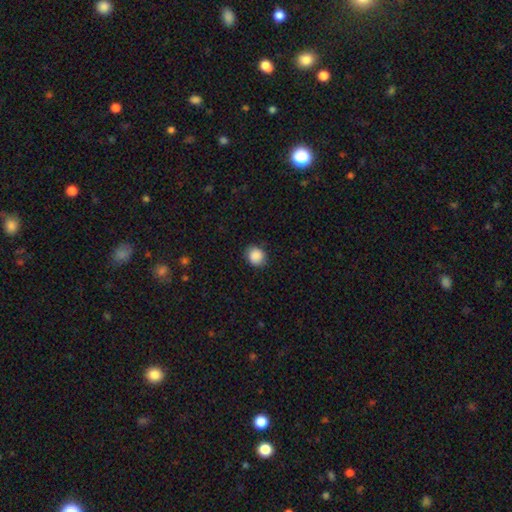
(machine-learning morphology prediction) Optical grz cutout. It shows a smooth galaxy with no disk features (88%) that is round (77%). Merging: none (84%).